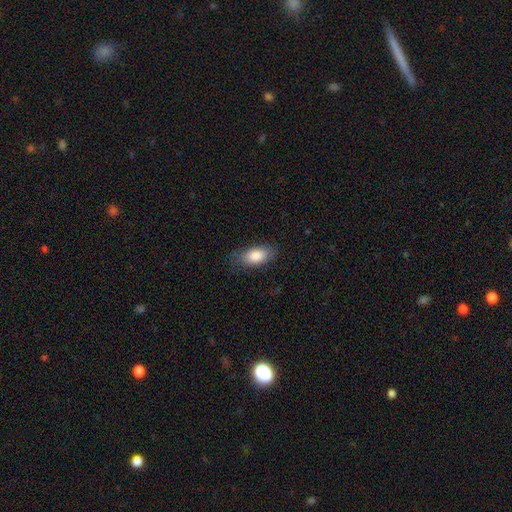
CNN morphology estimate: Smooth or featured? smooth (85%)
How rounded? in between (90%)
Merging? none (78%)